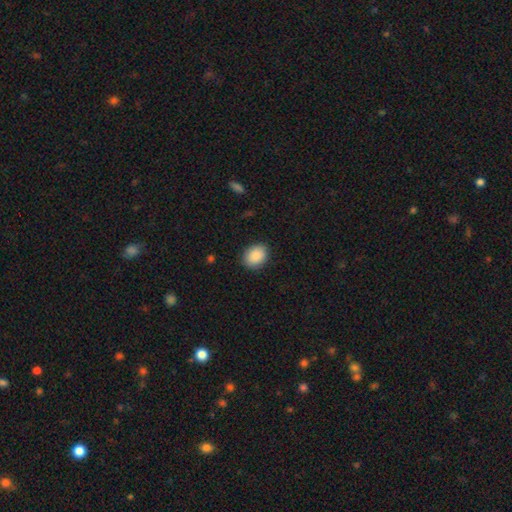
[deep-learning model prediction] Q: Smooth or featured?
A: smooth (90%); runner-up: star or artifact (7%)
Q: How rounded?
A: in between (66%); runner-up: round (33%)
Q: Merging?
A: none (87%); runner-up: minor disturbance (10%)